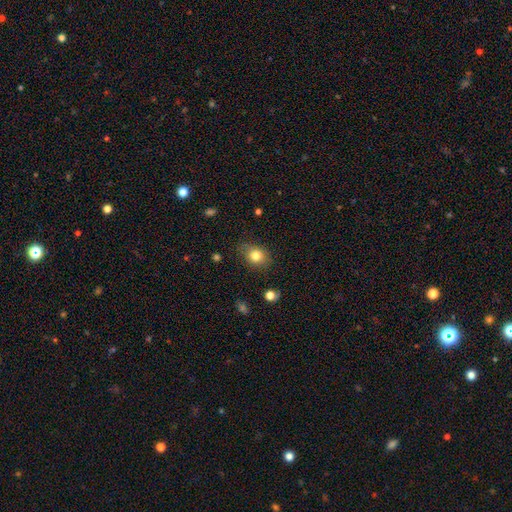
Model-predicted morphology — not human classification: The model was most divided on "how rounded": round: 54%, in between: 45%, cigar-shaped: 1%. More confident: smooth or featured — smooth (80%); merging — none (74%).